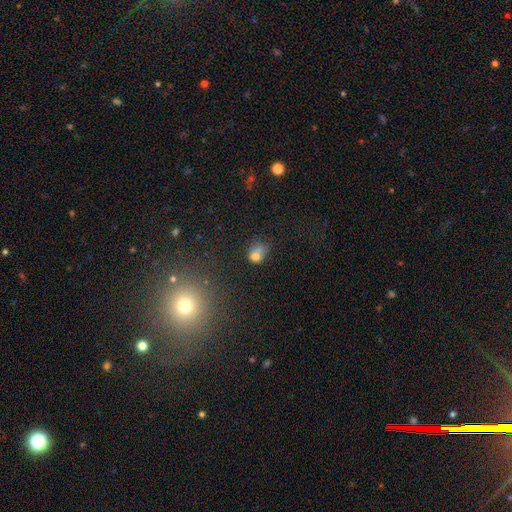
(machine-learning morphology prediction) Smooth or featured?
  - smooth: 69% *
  - featured or disk: 16%
  - star or artifact: 15%
How rounded?
  - round: 52% *
  - in between: 47%
  - cigar-shaped: 1%
Merging?
  - none: 31% *
  - merger: 26%
  - minor disturbance: 24%
  - major disturbance: 18%